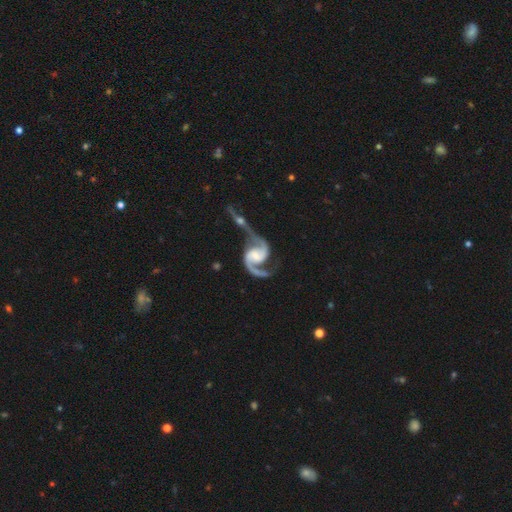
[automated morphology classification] Overall: featured or disk (94%). Edge-on disk: no (98%). Bar: weak (43%; no 39%). Spiral arms: yes (98%). Spiral arm count: 2 (93%). Spiral winding: medium (53%; loose 35%). Bulge size: small (45%; moderate 37%). Merging: merger (50%; none 30%).